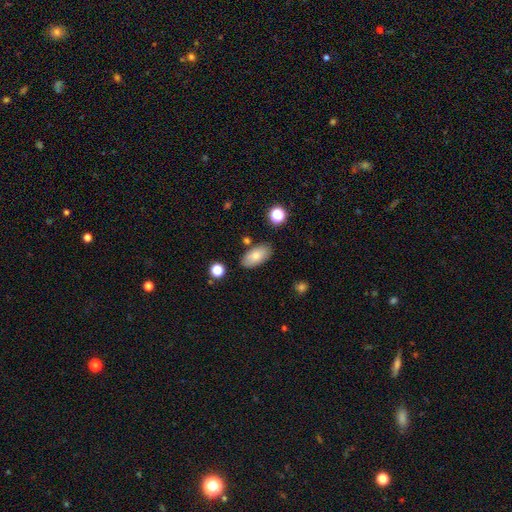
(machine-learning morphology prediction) Q: Smooth or featured?
A: smooth (78%); runner-up: featured or disk (14%)
Q: How rounded?
A: in between (93%); runner-up: cigar-shaped (4%)
Q: Merging?
A: none (81%); runner-up: minor disturbance (12%)